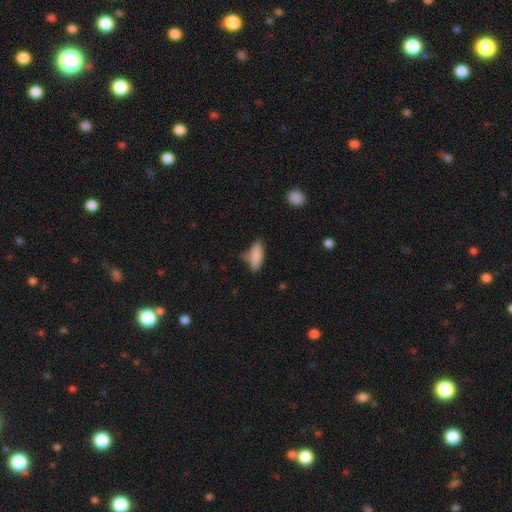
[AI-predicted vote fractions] This appears to be a smooth galaxy with no disk features (85%) that is in between round and cigar-shaped (69%). Merging: none (57%).